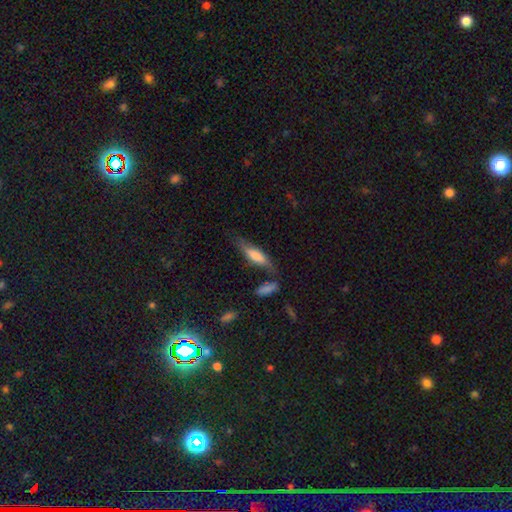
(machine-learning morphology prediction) Smooth or featured? smooth (56%)
How rounded? cigar-shaped (59%)
Merging? none (57%)